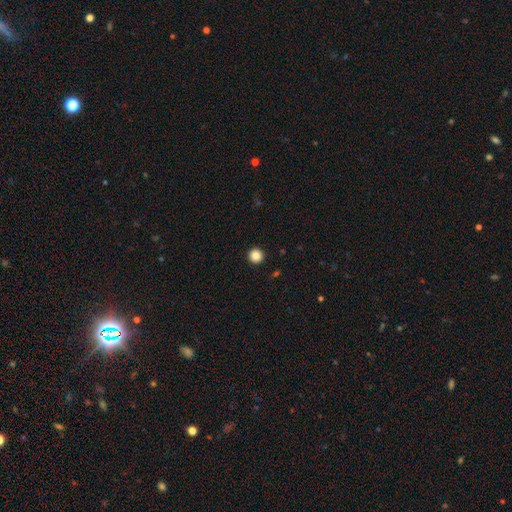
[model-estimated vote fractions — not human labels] smooth-or-featured: smooth: 87% | star or artifact: 10% | featured or disk: 3%
  how-rounded: round: 96% | in between: 3% | cigar-shaped: 1%
  merging: none: 94% | minor disturbance: 4% | major disturbance: 2% | merger: 1%